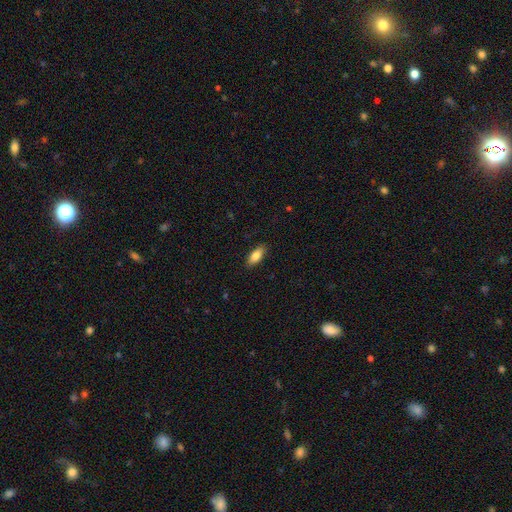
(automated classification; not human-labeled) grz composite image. It shows a smooth galaxy with no disk features (82%) that is in between round and cigar-shaped (78%). Merging: none (88%).